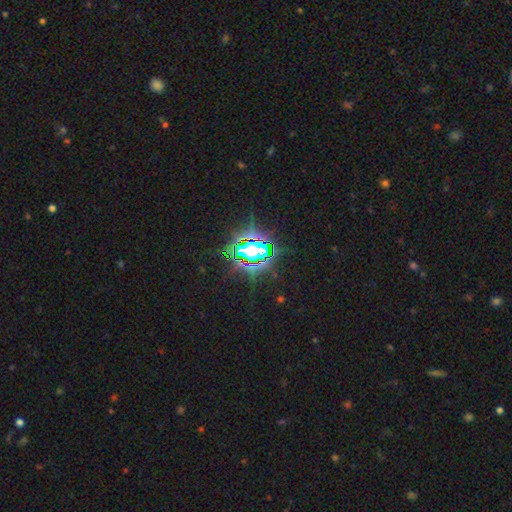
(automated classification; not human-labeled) star or artifact 78%, smooth 11%, featured or disk 10%.